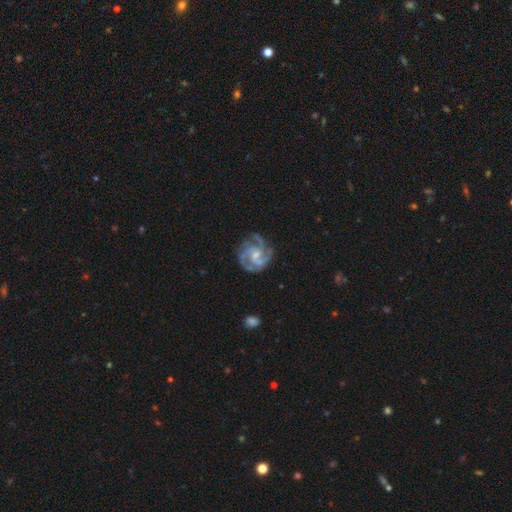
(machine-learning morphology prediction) This appears to be a featured or disk galaxy (90%) with no bar (51%), 3 (49%) tight (50%) spiral arms (98%) and a small central bulge (49%). Merging: none (73%).